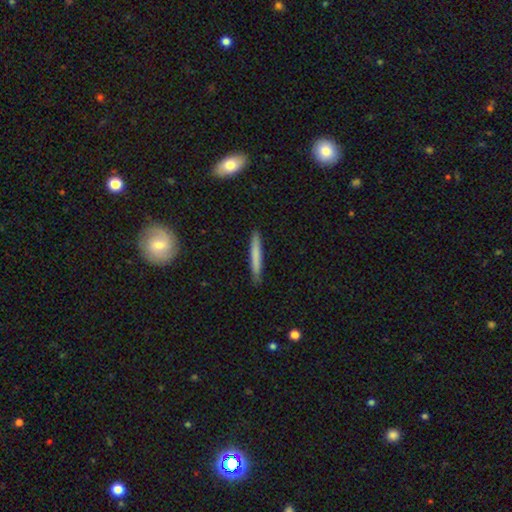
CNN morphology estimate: smooth-or-featured: smooth: 73% | featured or disk: 22% | star or artifact: 6%
  how-rounded: cigar-shaped: 96% | in between: 3% | round: 1%
  merging: none: 89% | minor disturbance: 8% | major disturbance: 1% | merger: 1%